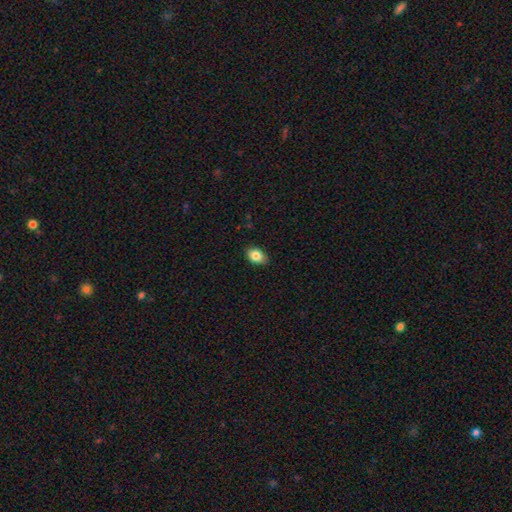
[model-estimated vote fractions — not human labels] A smooth galaxy with no disk features (83%) that is in between round and cigar-shaped (81%). Merging: none (83%).